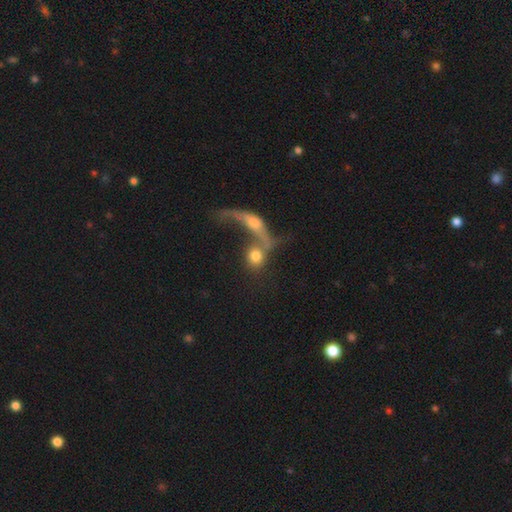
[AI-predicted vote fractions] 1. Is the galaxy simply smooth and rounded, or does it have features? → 65% smooth, 26% featured or disk, 10% star or artifact.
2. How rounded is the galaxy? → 64% round, 30% in between, 6% cigar-shaped.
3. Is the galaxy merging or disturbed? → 63% merger, 17% none, 13% major disturbance, 7% minor disturbance.